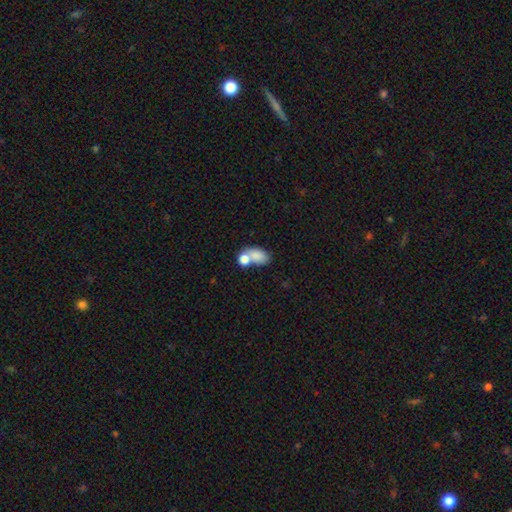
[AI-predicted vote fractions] The model was most divided on "merging": merger: 51%, none: 31%, minor disturbance: 11%, major disturbance: 7%. More confident: how rounded — in between (82%); smooth or featured — smooth (79%).